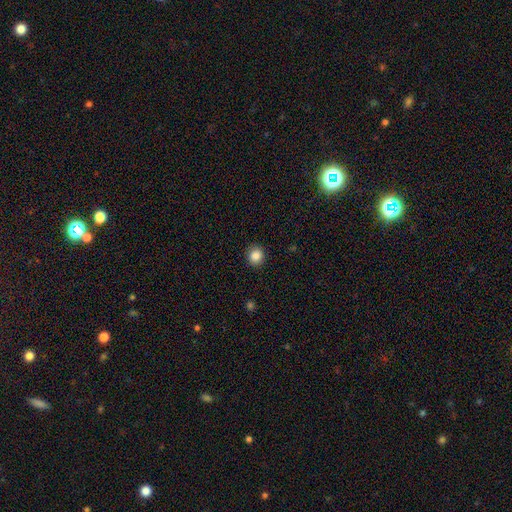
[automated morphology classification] A smooth galaxy with no disk features (86%) that is round (83%).

Vote fractions:
- Smooth or featured? smooth: 86% / star or artifact: 10% / featured or disk: 4%
- How rounded? round: 83% / in between: 16% / cigar-shaped: 1%
- Merging? none: 89% / minor disturbance: 8% / major disturbance: 2% / merger: 1%